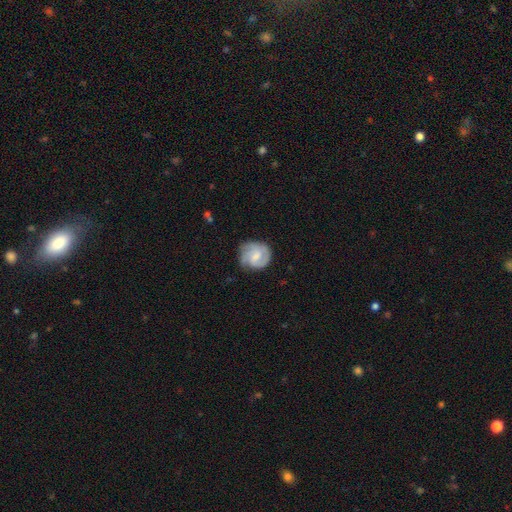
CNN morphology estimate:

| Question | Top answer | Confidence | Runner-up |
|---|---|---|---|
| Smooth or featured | featured or disk | 71% | smooth (24%) |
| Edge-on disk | no | 98% | yes (2%) |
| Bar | weak | 54% | no (35%) |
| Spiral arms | yes | 94% | no (6%) |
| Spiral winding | tight | 45% | medium (43%) |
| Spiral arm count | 2 | 43% | 3 (28%) |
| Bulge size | small | 41% | moderate (37%) |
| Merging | none | 71% | minor disturbance (20%) |